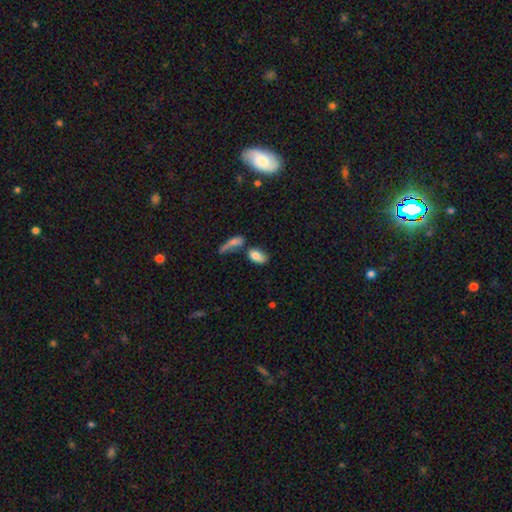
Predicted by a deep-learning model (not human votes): This is likely a smooth galaxy (78%). How rounded: clearly in between (90%). Merging: marginally none (45%).